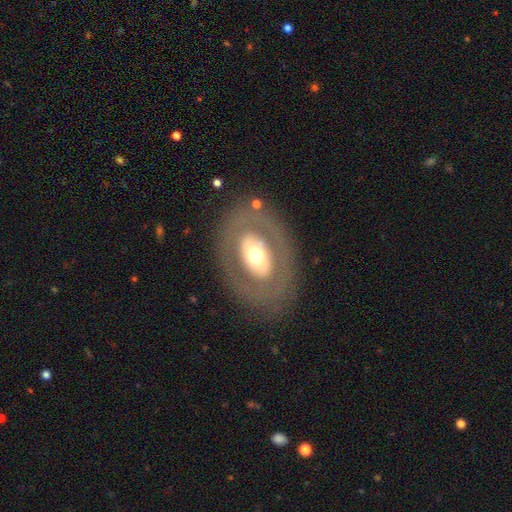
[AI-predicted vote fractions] This appears to be a featured or disk galaxy (54%). Merging: none (79%).